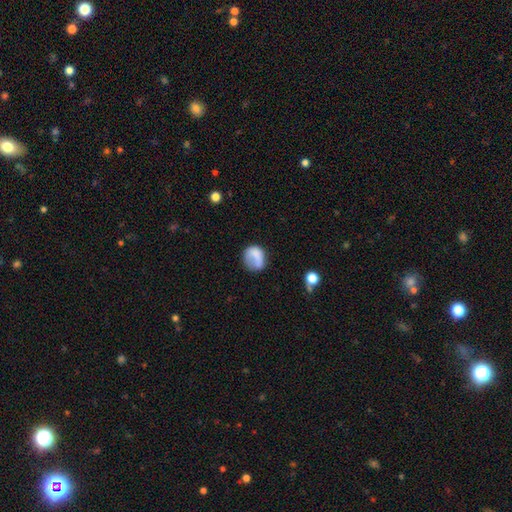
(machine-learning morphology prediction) Smooth or featured?
  - smooth: 74% *
  - featured or disk: 17%
  - star or artifact: 9%
How rounded?
  - round: 69% *
  - in between: 30%
  - cigar-shaped: 1%
Merging?
  - none: 49% *
  - minor disturbance: 26%
  - major disturbance: 20%
  - merger: 5%